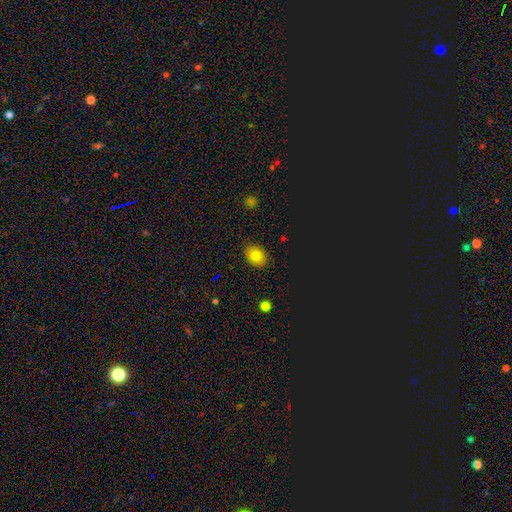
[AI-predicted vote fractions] Smooth or featured? smooth (78%)
How rounded? in between (57%)
Merging? none (88%)